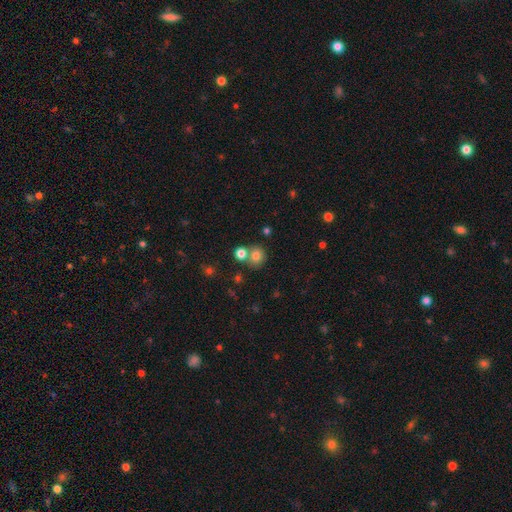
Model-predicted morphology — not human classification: Smooth or featured? smooth (78%)
How rounded? round (82%)
Merging? none (58%)